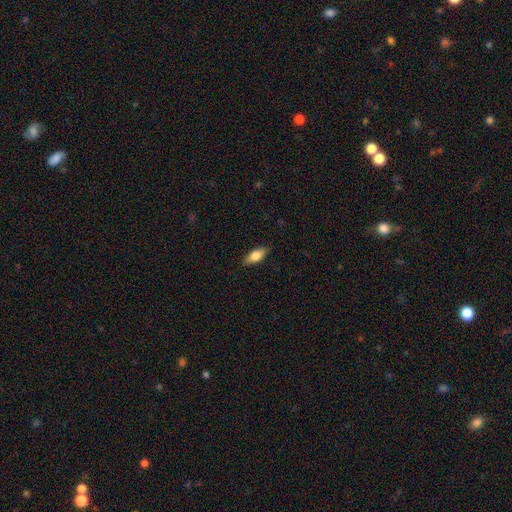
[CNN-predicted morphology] Smooth or featured? smooth (72%)
How rounded? in between (78%)
Merging? none (87%)